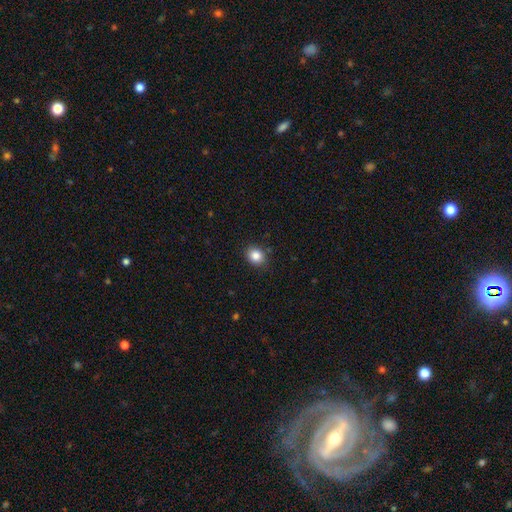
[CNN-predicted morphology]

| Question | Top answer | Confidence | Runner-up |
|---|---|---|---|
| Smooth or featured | smooth | 85% | star or artifact (10%) |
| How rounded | round | 62% | in between (37%) |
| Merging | none | 87% | minor disturbance (10%) |